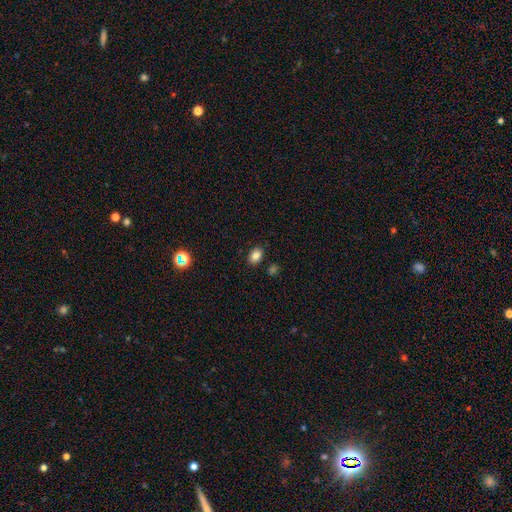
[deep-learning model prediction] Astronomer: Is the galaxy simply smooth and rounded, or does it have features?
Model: smooth — 83%.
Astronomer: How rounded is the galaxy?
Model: in between — 81%.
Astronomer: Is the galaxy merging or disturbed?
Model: none — 85%.